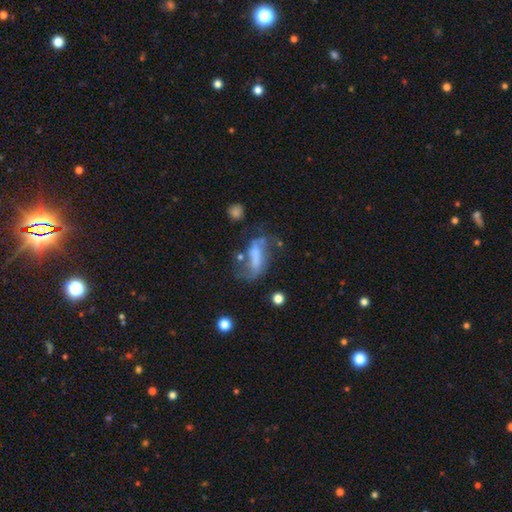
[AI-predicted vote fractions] The model was most divided on "merging" (2-way tie): none: 33%, major disturbance: 33%, minor disturbance: 21%, merger: 13%. Remaining: edge-on disk — no (90%); spiral arms — yes (62%); smooth or featured — featured or disk (57%); bar — no (36%); bulge size — none (35%).